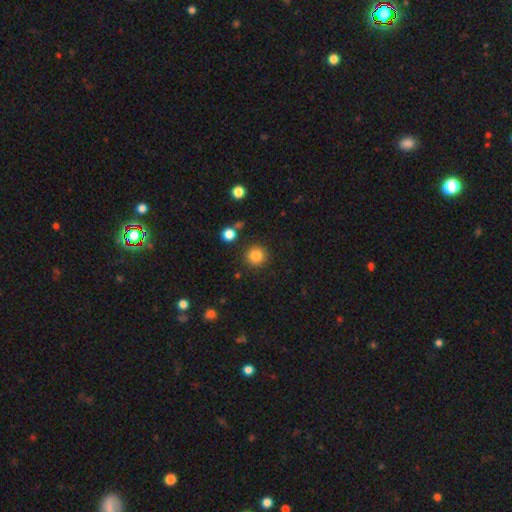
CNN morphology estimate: Smooth or featured?
  - smooth: 84% *
  - star or artifact: 11%
  - featured or disk: 5%
How rounded?
  - round: 94% *
  - in between: 5%
  - cigar-shaped: 1%
Merging?
  - none: 89% *
  - minor disturbance: 6%
  - merger: 3%
  - major disturbance: 2%